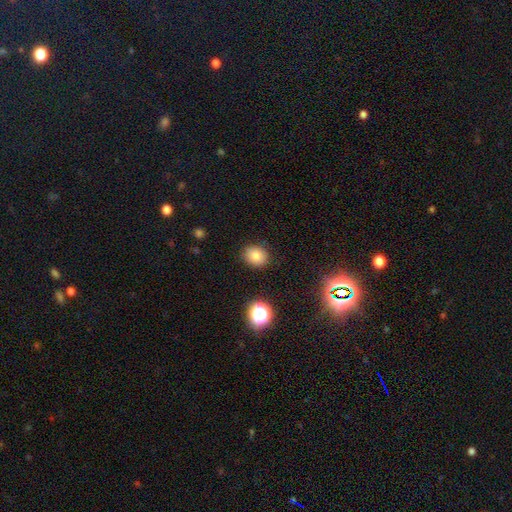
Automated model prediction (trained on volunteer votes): Smooth or featured? Predicted: smooth (p=0.82). How rounded? Predicted: round (p=0.58). Merging? Predicted: none (p=0.87).